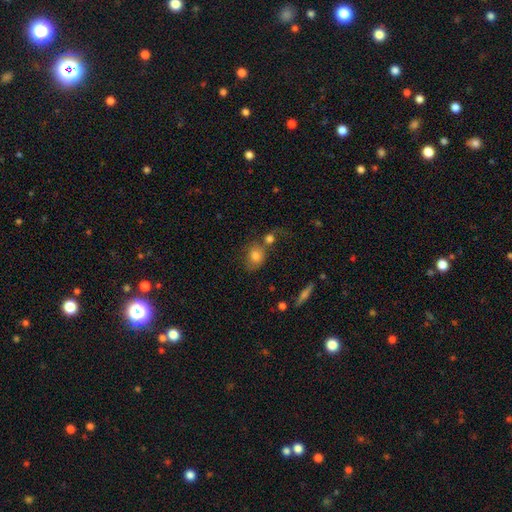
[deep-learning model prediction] smooth-or-featured: smooth: 77% | featured or disk: 13% | star or artifact: 11%
  how-rounded: round: 54% | in between: 45% | cigar-shaped: 2%
  merging: none: 43% | merger: 34% | minor disturbance: 15% | major disturbance: 9%